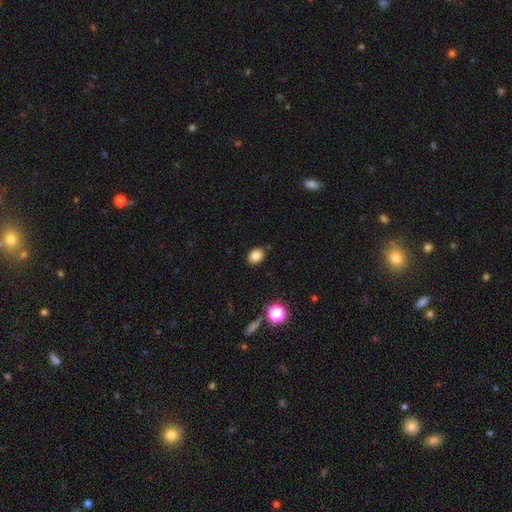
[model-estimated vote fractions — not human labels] This is clearly a smooth galaxy (83%). How rounded: possibly in between (57%). Merging: clearly none (87%).